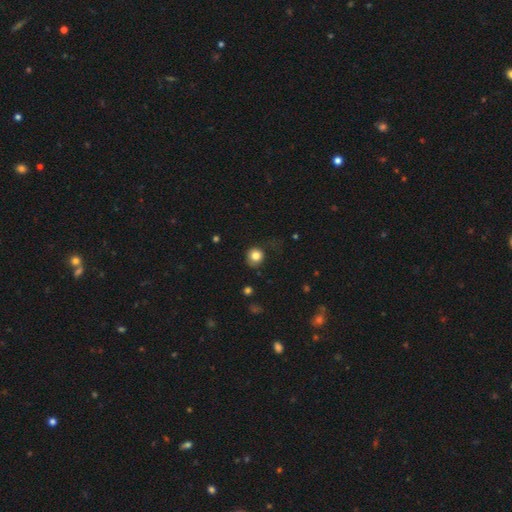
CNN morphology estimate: smooth-or-featured: smooth: 81% | star or artifact: 11% | featured or disk: 8%
  how-rounded: round: 87% | in between: 12% | cigar-shaped: 1%
  merging: none: 67% | minor disturbance: 21% | major disturbance: 11% | merger: 2%